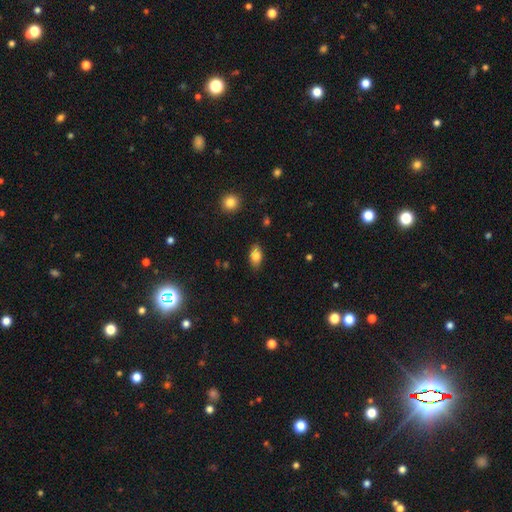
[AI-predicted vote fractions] This appears to be a smooth galaxy with no disk features (79%) that is in between round and cigar-shaped (90%). Merging: none (84%).